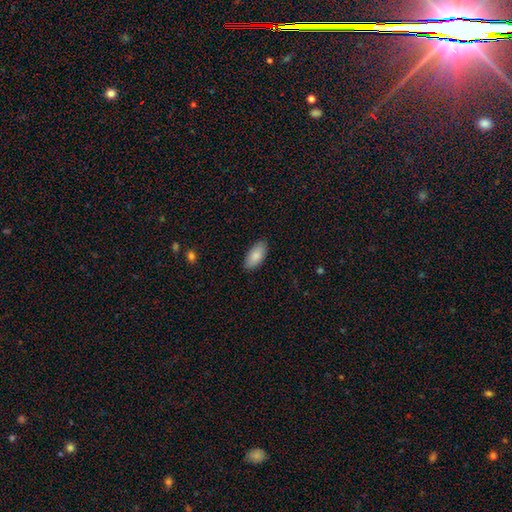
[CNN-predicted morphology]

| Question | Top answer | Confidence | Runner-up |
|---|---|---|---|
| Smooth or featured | smooth | 87% | featured or disk (8%) |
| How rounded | in between | 93% | cigar-shaped (5%) |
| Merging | none | 87% | minor disturbance (10%) |